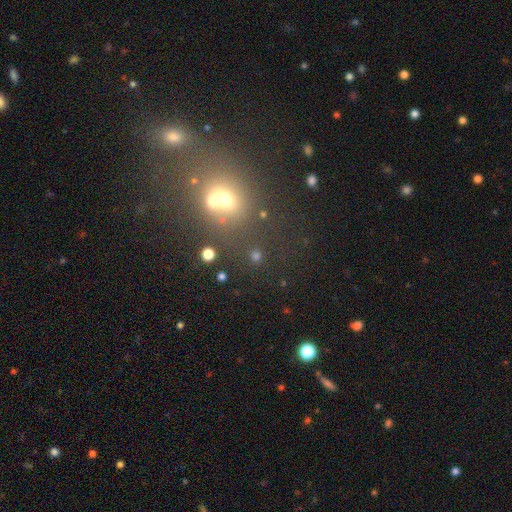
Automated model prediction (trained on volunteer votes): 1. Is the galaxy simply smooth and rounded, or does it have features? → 52% smooth, 35% star or artifact, 14% featured or disk.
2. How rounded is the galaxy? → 75% round, 22% in between, 2% cigar-shaped.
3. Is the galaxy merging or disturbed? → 54% none, 30% merger, 9% minor disturbance, 6% major disturbance.